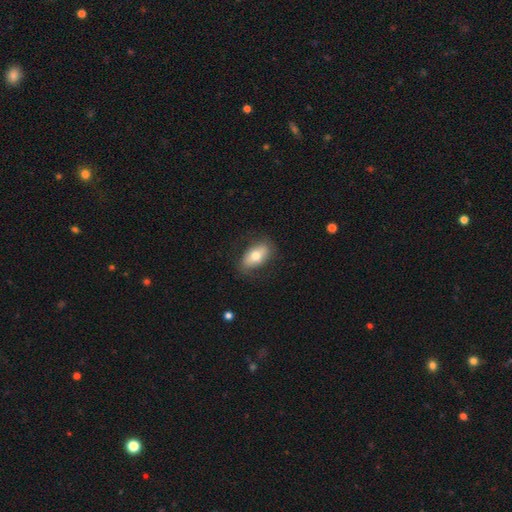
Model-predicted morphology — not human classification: smooth-or-featured: smooth: 64% | featured or disk: 30% | star or artifact: 7%
  how-rounded: in between: 89% | round: 6% | cigar-shaped: 5%
  merging: none: 77% | minor disturbance: 16% | major disturbance: 6% | merger: 1%